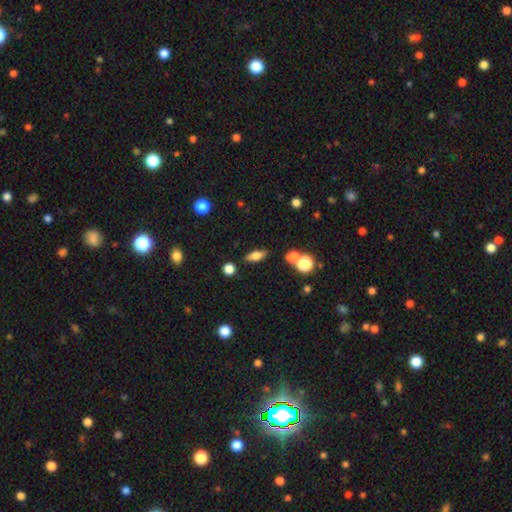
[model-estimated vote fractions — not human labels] A smooth galaxy with no disk features (67%) that is in between round and cigar-shaped (71%).

Vote fractions:
- Smooth or featured? smooth: 67% / featured or disk: 23% / star or artifact: 11%
- How rounded? in between: 71% / cigar-shaped: 20% / round: 8%
- Merging? none: 81% / minor disturbance: 11% / merger: 5% / major disturbance: 3%